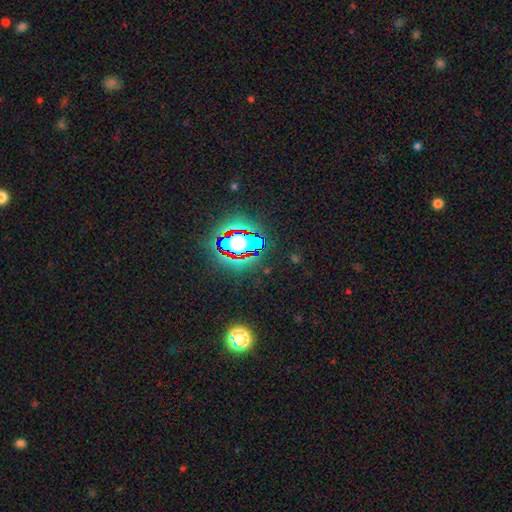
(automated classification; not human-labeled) smooth-or-featured: star or artifact: 79% | smooth: 12% | featured or disk: 9%